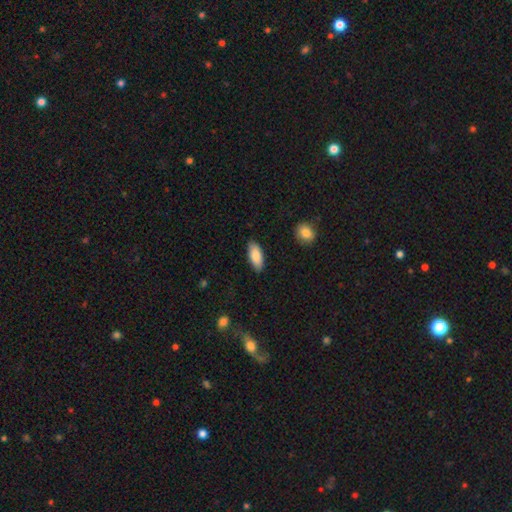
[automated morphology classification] smooth_or_featured: smooth (p=0.86) [alt: featured or disk p=0.08]
how_rounded: in between (p=0.83) [alt: cigar-shaped p=0.15]
merging: none (p=0.88) [alt: minor disturbance p=0.09]